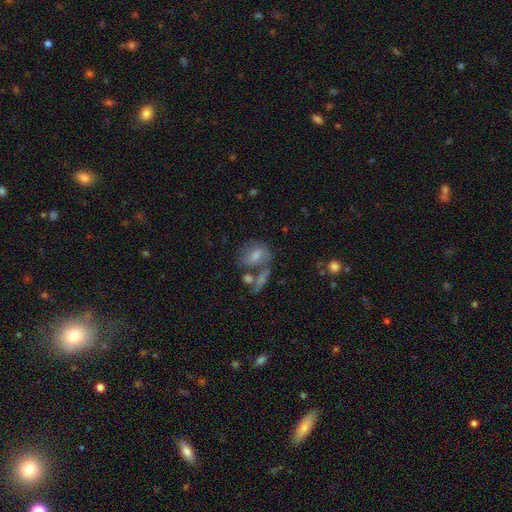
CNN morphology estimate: Q: Smooth or featured?
A: smooth (60%); runner-up: featured or disk (31%)
Q: How rounded?
A: in between (65%); runner-up: round (32%)
Q: Merging?
A: none (40%); runner-up: merger (30%)